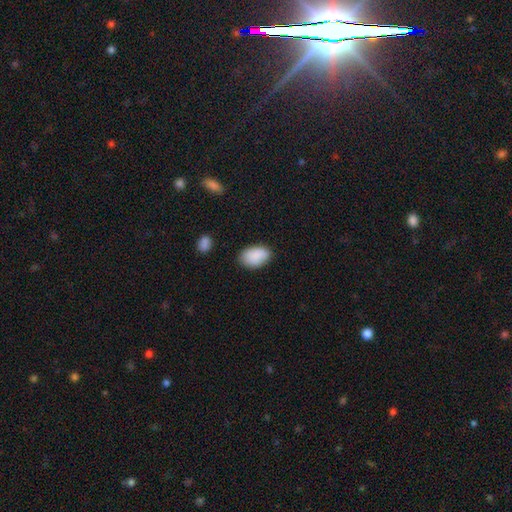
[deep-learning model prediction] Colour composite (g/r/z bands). It shows a smooth galaxy with no disk features (89%) that is in between round and cigar-shaped (91%). Merging: none (80%).